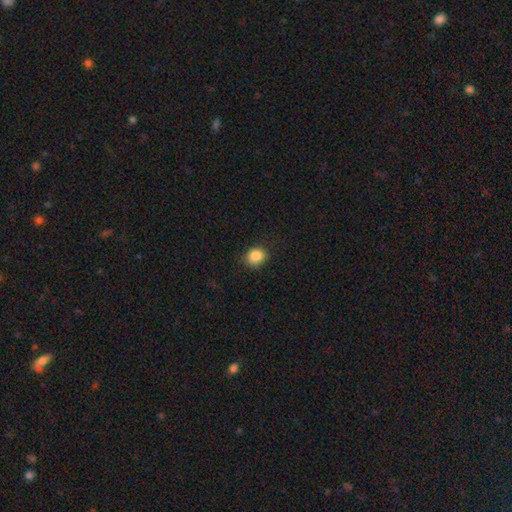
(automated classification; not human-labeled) Smooth or featured? Predicted: smooth (p=0.86). How rounded? Predicted: round (p=0.71). Merging? Predicted: none (p=0.82).